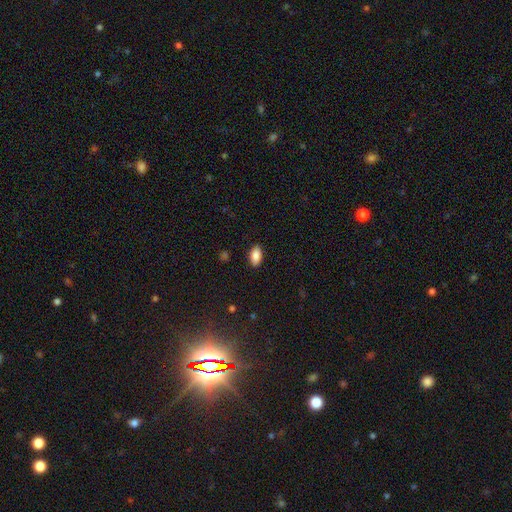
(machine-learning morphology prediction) Overall: smooth (87%). How rounded: in between (91%). Merging: none (88%).